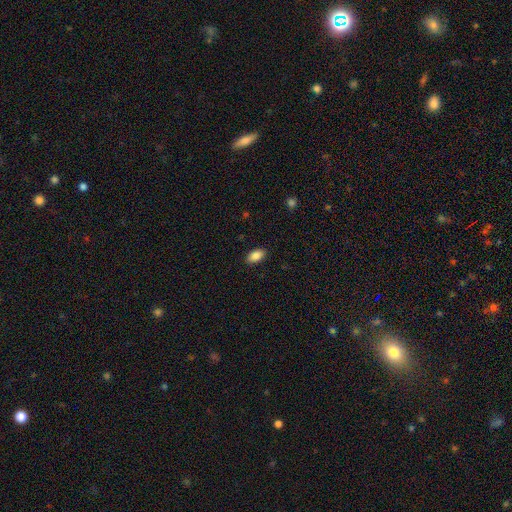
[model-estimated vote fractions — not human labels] The model was most divided on "smooth or featured": smooth: 88%, star or artifact: 8%, featured or disk: 5%. More confident: how rounded — in between (93%); merging — none (89%).